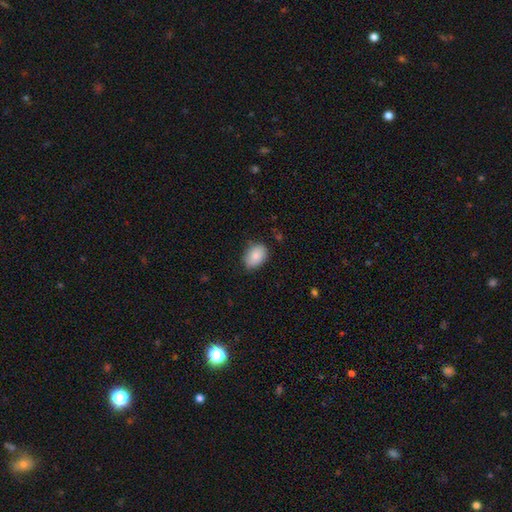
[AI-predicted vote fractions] Smooth or featured?
  - smooth: 84% *
  - featured or disk: 9%
  - star or artifact: 7%
How rounded?
  - in between: 78% *
  - round: 21%
  - cigar-shaped: 1%
Merging?
  - none: 75% *
  - minor disturbance: 21%
  - major disturbance: 3%
  - merger: 1%